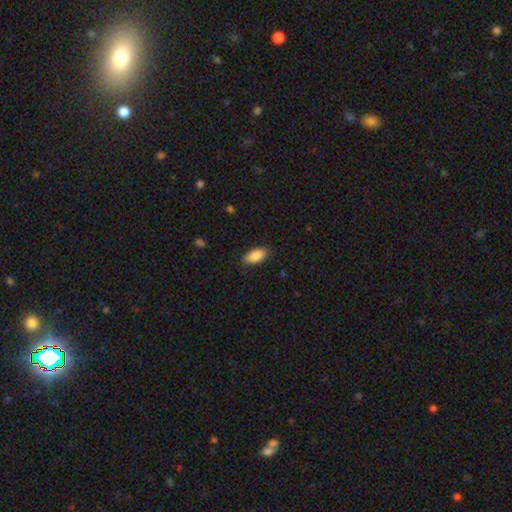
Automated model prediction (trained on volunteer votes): This is clearly a smooth galaxy (88%). How rounded: clearly in between (91%). Merging: clearly none (86%).